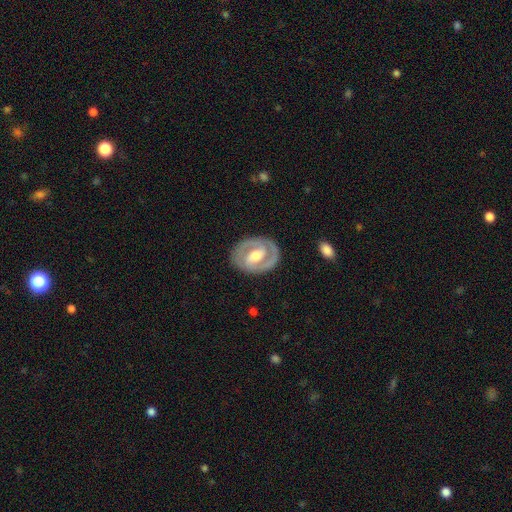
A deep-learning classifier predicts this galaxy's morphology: The model was most divided on "bar": weak: 44%, strong: 37%, no: 20%. More confident: edge-on disk — no (97%); spiral arms — yes (88%); spiral arm count — 2 (85%); smooth or featured — featured or disk (84%); merging — none (84%); bulge size — moderate (69%); spiral winding — tight (54%).